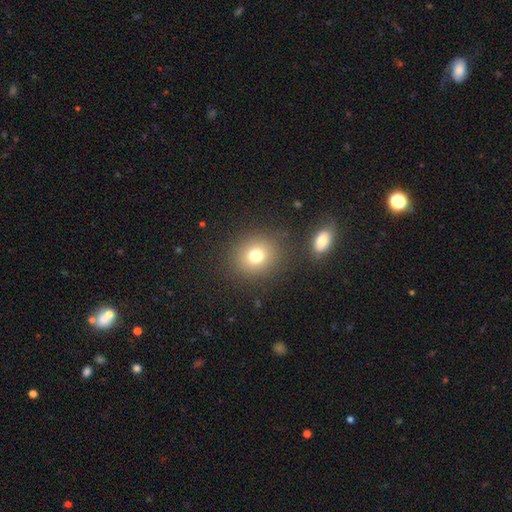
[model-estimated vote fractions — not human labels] This appears to be a smooth galaxy with no disk features (76%) that is round (77%). Merging: none (84%).